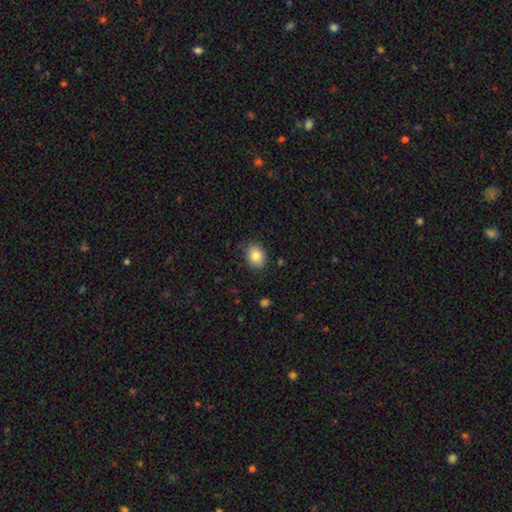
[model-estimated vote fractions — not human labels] Smooth or featured?
  - smooth: 83% *
  - star or artifact: 9%
  - featured or disk: 8%
How rounded?
  - in between: 53% *
  - round: 46%
  - cigar-shaped: 1%
Merging?
  - none: 83% *
  - minor disturbance: 13%
  - major disturbance: 3%
  - merger: 1%